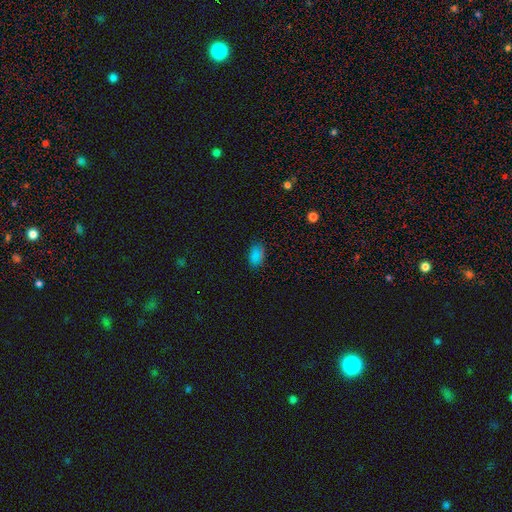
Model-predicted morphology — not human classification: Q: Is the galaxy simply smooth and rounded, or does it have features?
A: smooth — 72%.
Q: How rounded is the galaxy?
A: in between — 91%.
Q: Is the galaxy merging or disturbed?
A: none — 79%.